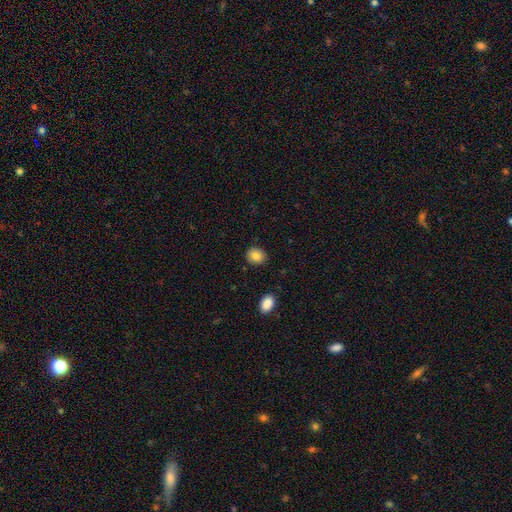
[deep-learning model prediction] This appears to be a smooth galaxy with no disk features (86%) that is round (64%). Merging: none (87%).